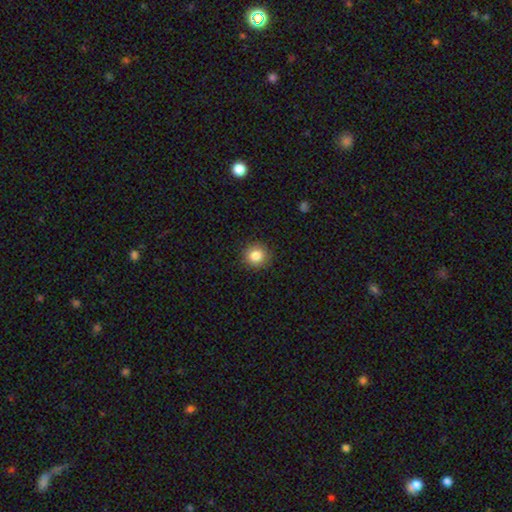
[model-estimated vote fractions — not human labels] The model was most divided on "smooth or featured": smooth: 84%, star or artifact: 10%, featured or disk: 6%. More confident: how rounded — round (92%); merging — none (90%).